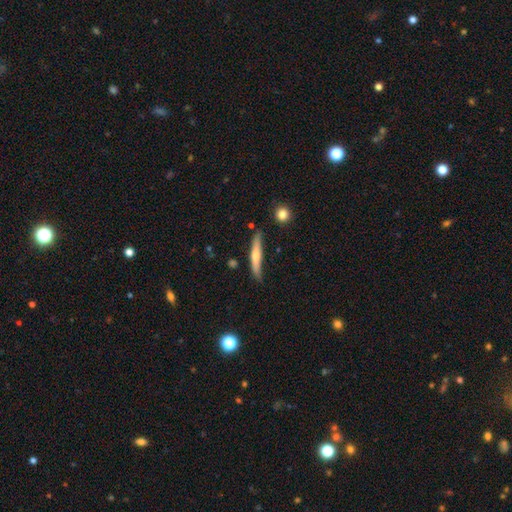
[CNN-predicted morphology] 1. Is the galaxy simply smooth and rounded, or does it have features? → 53% smooth, 42% featured or disk, 6% star or artifact.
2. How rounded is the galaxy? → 91% cigar-shaped, 7% in between, 2% round.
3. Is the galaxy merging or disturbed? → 79% none, 16% minor disturbance, 3% merger, 3% major disturbance.